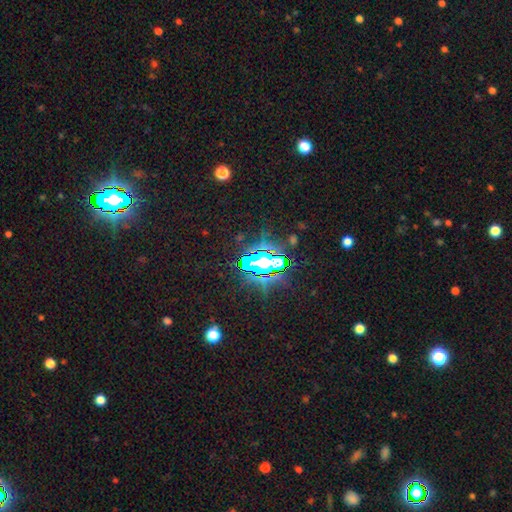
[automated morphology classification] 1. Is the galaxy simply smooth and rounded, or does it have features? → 77% star or artifact, 13% smooth, 10% featured or disk.